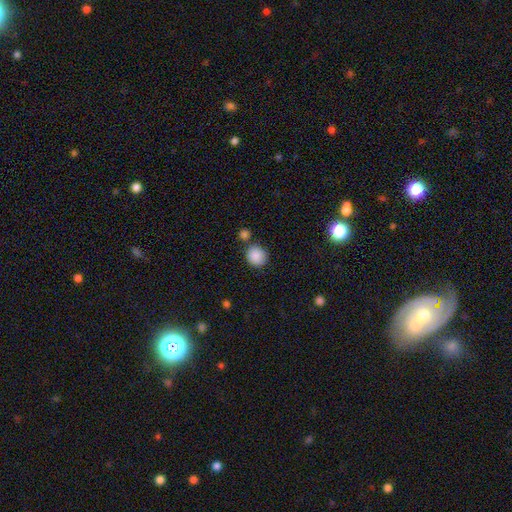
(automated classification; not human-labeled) smooth-or-featured: smooth: 87% | star or artifact: 8% | featured or disk: 4%
  how-rounded: round: 83% | in between: 16% | cigar-shaped: 1%
  merging: none: 73% | merger: 12% | minor disturbance: 12% | major disturbance: 3%